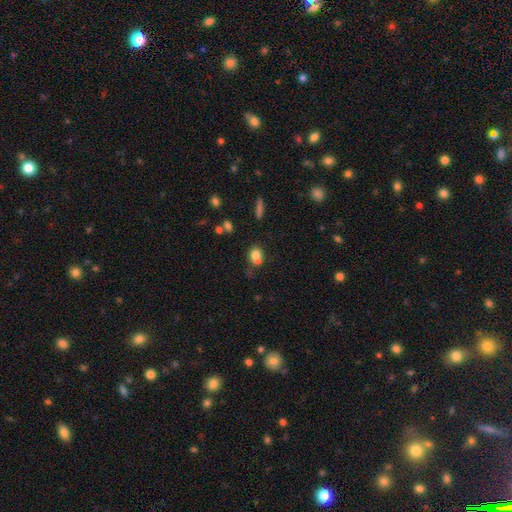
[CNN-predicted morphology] Q: Smooth or featured?
A: smooth (76%); runner-up: featured or disk (13%)
Q: How rounded?
A: in between (50%); runner-up: round (48%)
Q: Merging?
A: none (41%); runner-up: merger (38%)